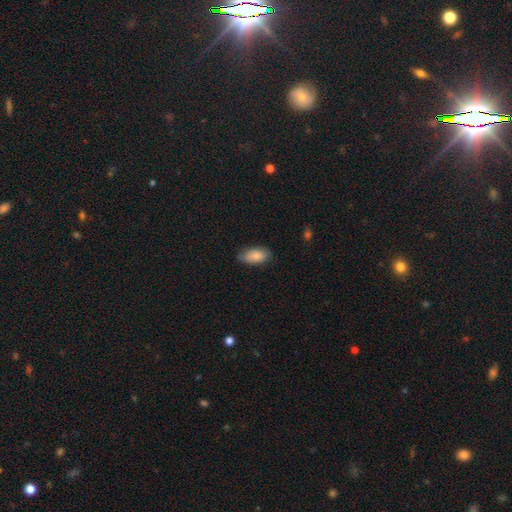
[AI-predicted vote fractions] This appears to be a smooth galaxy with no disk features (86%) that is in between round and cigar-shaped (92%). Merging: none (77%).